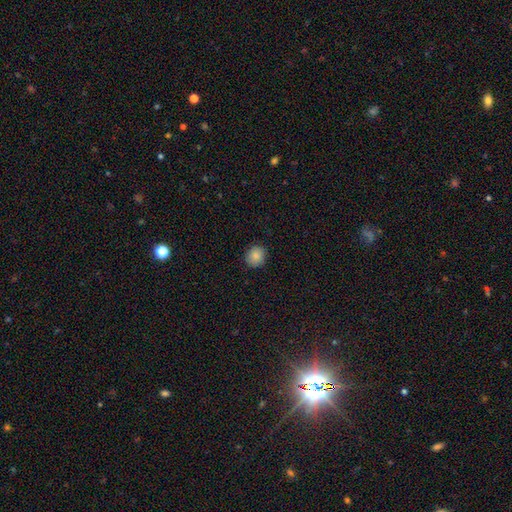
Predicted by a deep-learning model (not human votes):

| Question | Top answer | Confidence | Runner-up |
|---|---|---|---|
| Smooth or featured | smooth | 87% | star or artifact (9%) |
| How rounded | round | 85% | in between (14%) |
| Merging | none | 88% | minor disturbance (9%) |